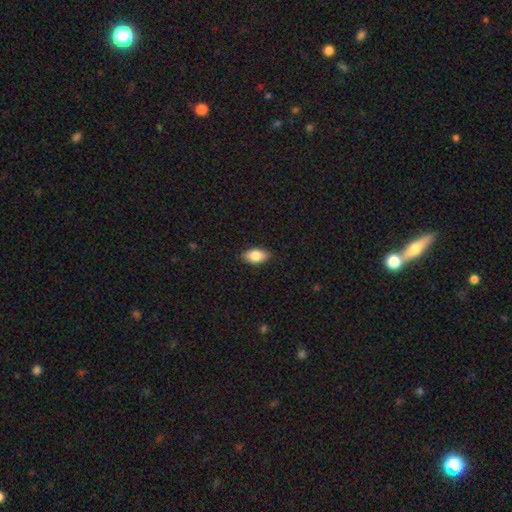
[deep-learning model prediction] Q: Smooth or featured?
A: smooth (83%); runner-up: featured or disk (10%)
Q: How rounded?
A: in between (91%); runner-up: round (5%)
Q: Merging?
A: none (88%); runner-up: minor disturbance (9%)